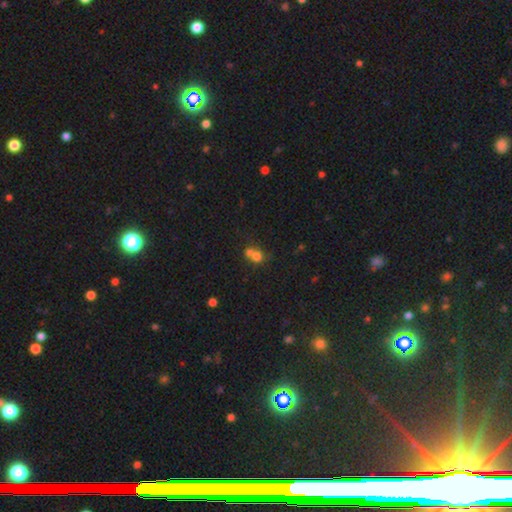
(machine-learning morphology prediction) smooth 70%, star or artifact 15%, featured or disk 15%. Down the decision tree: how rounded — round (78%); merging — merger (61%).